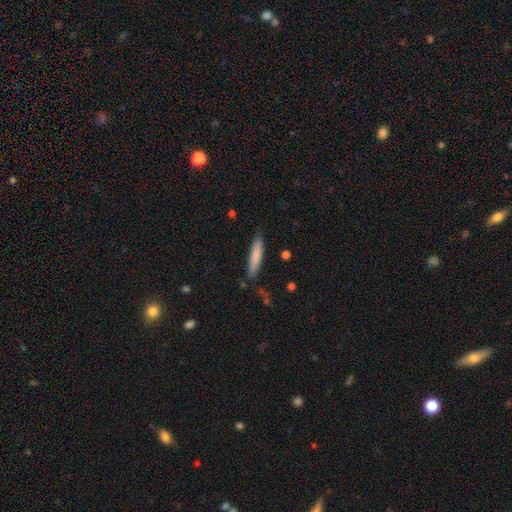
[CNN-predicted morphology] Smooth or featured: smooth — 80% (featured or disk — 14%)
How rounded: cigar-shaped — 85% (in between — 13%)
Merging: none — 83% (minor disturbance — 13%)